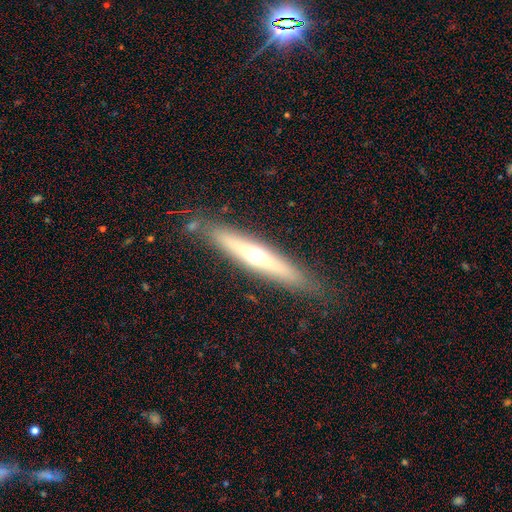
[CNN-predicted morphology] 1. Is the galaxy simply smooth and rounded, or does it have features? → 54% featured or disk, 40% smooth, 6% star or artifact.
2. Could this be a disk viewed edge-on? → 91% yes, 9% no.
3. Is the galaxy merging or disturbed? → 85% none, 11% minor disturbance, 2% major disturbance, 2% merger.